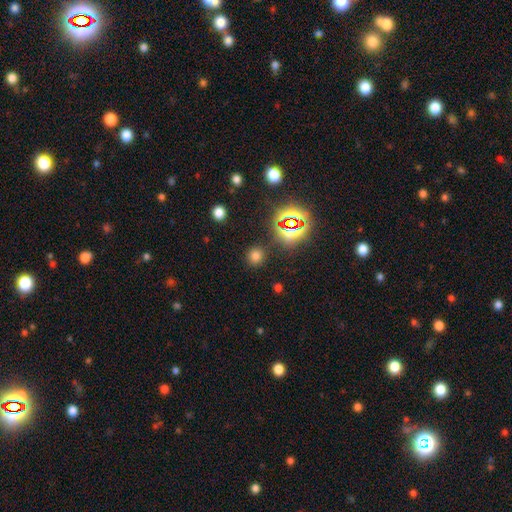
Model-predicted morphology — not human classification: This appears to be a smooth galaxy with no disk features (67%) that is round (89%). Merging: none (87%).